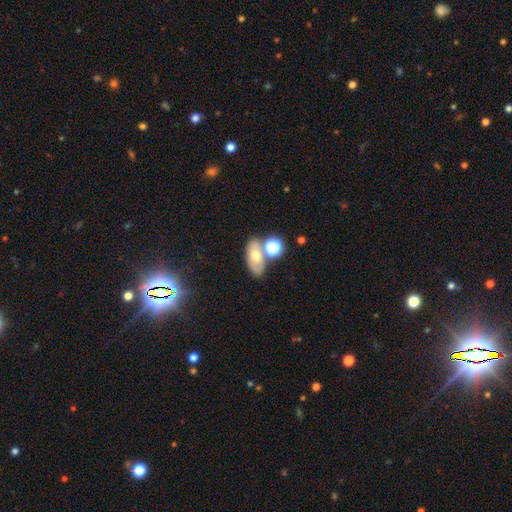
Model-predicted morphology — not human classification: Q: Smooth or featured?
A: smooth (52%); runner-up: featured or disk (29%)
Q: How rounded?
A: in between (82%); runner-up: round (13%)
Q: Merging?
A: none (58%); runner-up: merger (23%)